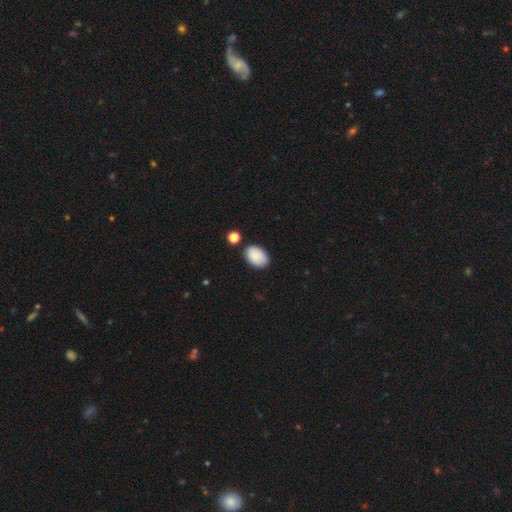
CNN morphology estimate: type=smooth (89%); roundness=in between (90%); merging=none (81%).